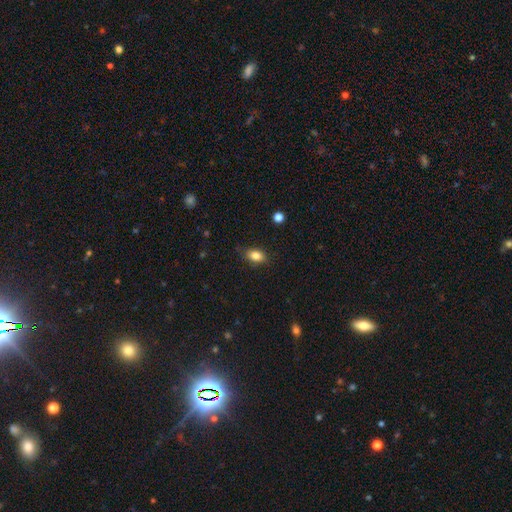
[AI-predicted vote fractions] This appears to be a smooth galaxy with no disk features (85%) that is in between round and cigar-shaped (85%). Merging: none (83%).